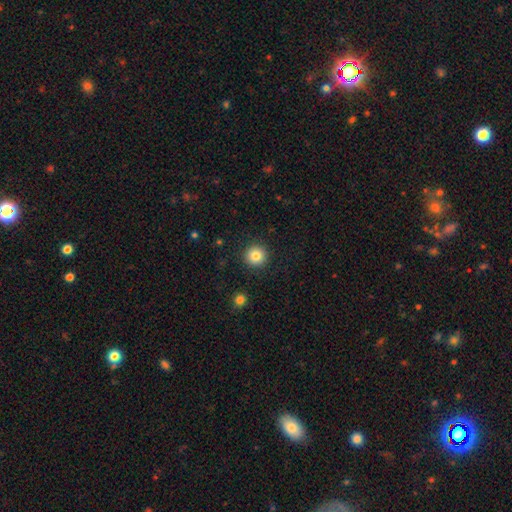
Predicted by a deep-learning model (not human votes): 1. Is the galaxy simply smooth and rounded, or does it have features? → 84% smooth, 10% star or artifact, 6% featured or disk.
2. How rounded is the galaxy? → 95% round, 4% in between, 1% cigar-shaped.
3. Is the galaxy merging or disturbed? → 92% none, 5% minor disturbance, 2% major disturbance, 1% merger.